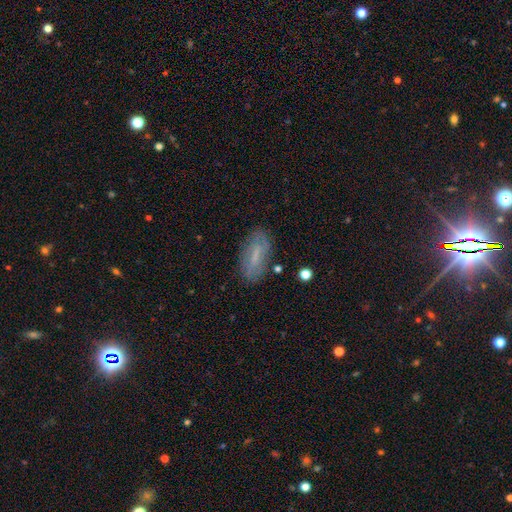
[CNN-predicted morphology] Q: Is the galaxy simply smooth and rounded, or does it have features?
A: smooth — 57%.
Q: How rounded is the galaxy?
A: in between — 76%.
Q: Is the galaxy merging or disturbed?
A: none — 79%.